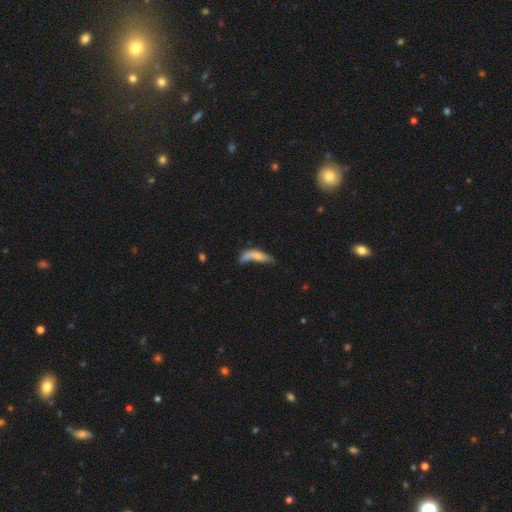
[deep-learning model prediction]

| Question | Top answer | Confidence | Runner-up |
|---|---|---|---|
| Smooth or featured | smooth | 66% | featured or disk (25%) |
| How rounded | cigar-shaped | 57% | in between (41%) |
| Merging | major disturbance | 30% | none (29%) |